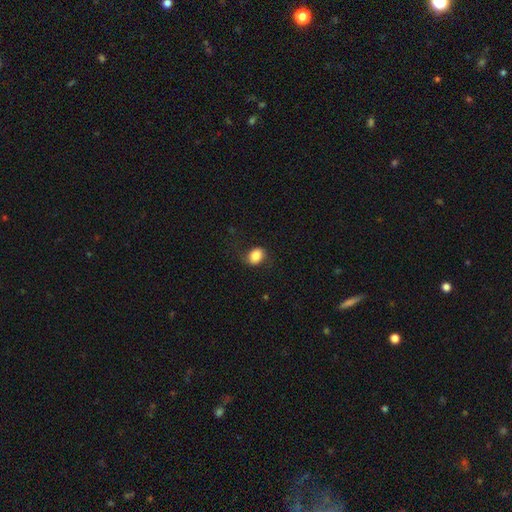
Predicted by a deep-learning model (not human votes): Smooth or featured?
  - smooth: 84% *
  - star or artifact: 8%
  - featured or disk: 8%
How rounded?
  - in between: 57% *
  - round: 41%
  - cigar-shaped: 1%
Merging?
  - none: 73% *
  - minor disturbance: 18%
  - major disturbance: 8%
  - merger: 1%